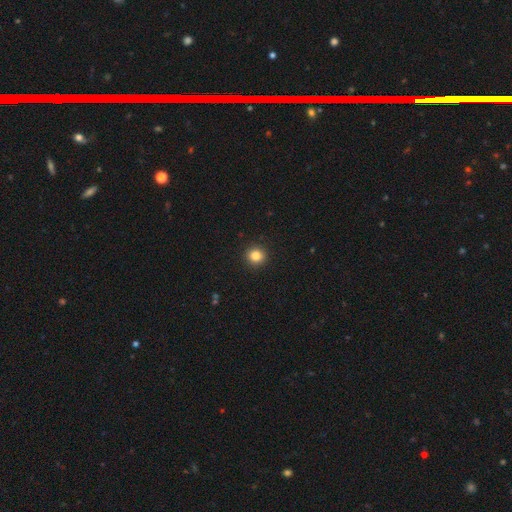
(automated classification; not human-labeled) A smooth galaxy with no disk features (84%) that is round (92%).

Vote fractions:
- Smooth or featured? smooth: 84% / star or artifact: 11% / featured or disk: 5%
- How rounded? round: 92% / in between: 7% / cigar-shaped: 1%
- Merging? none: 93% / minor disturbance: 5% / major disturbance: 2% / merger: 1%